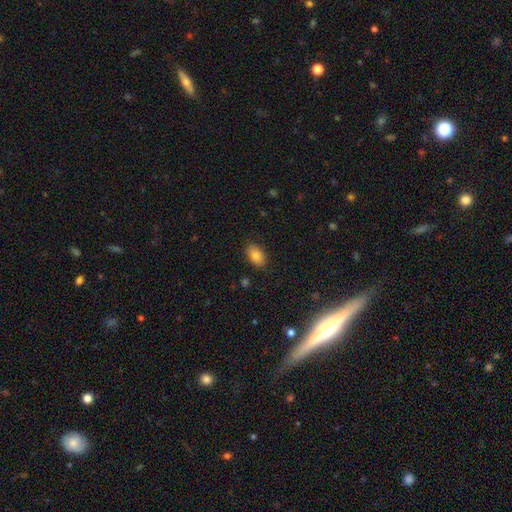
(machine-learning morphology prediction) Smooth or featured?
  - smooth: 83% *
  - star or artifact: 9%
  - featured or disk: 9%
How rounded?
  - in between: 87% *
  - round: 11%
  - cigar-shaped: 1%
Merging?
  - none: 87% *
  - minor disturbance: 10%
  - major disturbance: 2%
  - merger: 1%